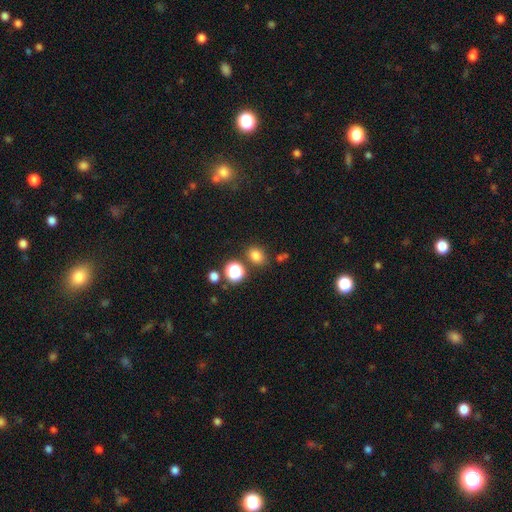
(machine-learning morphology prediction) smooth-or-featured: smooth: 78% | star or artifact: 17% | featured or disk: 5%
  how-rounded: round: 52% | in between: 47% | cigar-shaped: 1%
  merging: none: 77% | minor disturbance: 11% | merger: 8% | major disturbance: 4%